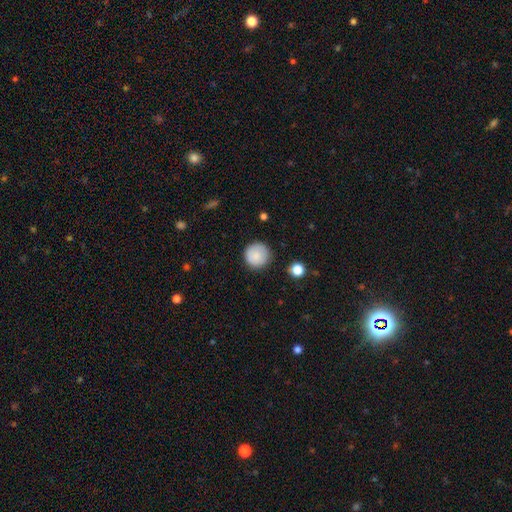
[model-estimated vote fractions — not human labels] smooth 84%, featured or disk 8%, star or artifact 7%. Down the decision tree: how rounded — round (96%); merging — none (87%).